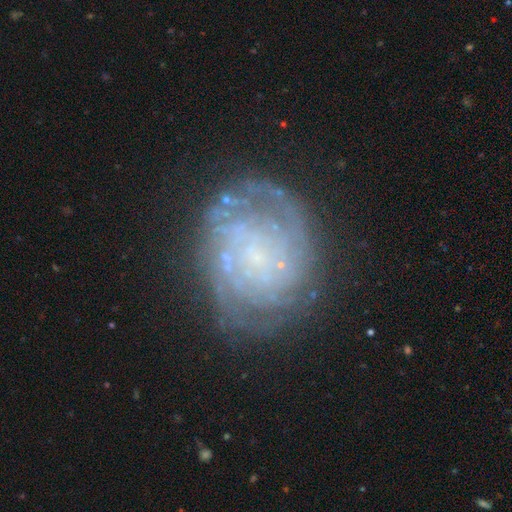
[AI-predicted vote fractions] Overall: featured or disk (79%). Edge-on disk: no (98%). Bar: no (71%). Spiral arms: yes (89%). Spiral arm count: can't tell (43%; 2 17%). Spiral winding: tight (70%). Bulge size: small (56%; none 32%). Merging: none (72%).